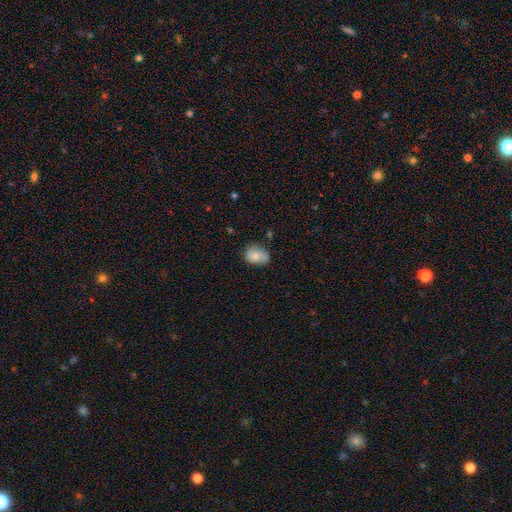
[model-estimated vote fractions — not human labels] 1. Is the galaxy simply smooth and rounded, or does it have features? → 80% smooth, 12% featured or disk, 8% star or artifact.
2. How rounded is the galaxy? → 66% in between, 33% round, 1% cigar-shaped.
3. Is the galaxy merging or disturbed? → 55% none, 33% minor disturbance, 7% major disturbance, 5% merger.